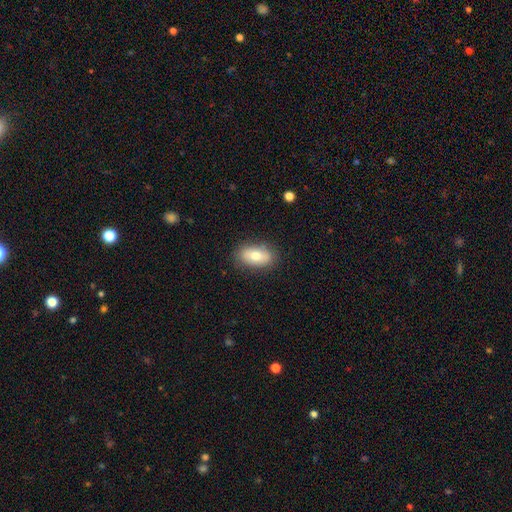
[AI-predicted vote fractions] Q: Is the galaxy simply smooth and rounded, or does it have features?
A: smooth — 73%.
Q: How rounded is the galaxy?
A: in between — 89%.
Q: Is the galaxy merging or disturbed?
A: none — 85%.